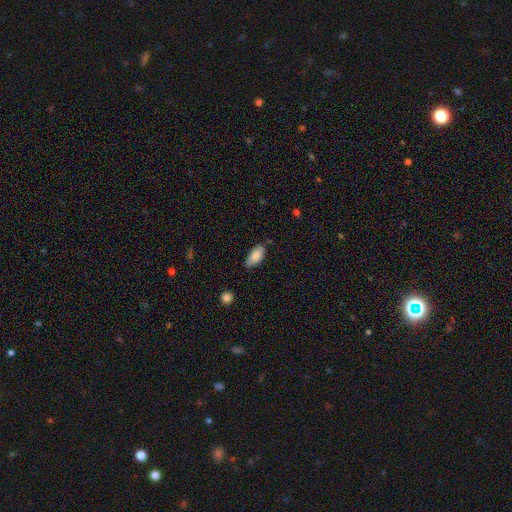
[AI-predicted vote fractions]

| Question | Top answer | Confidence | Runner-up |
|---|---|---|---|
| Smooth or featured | smooth | 85% | featured or disk (8%) |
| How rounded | in between | 92% | cigar-shaped (6%) |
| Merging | none | 74% | minor disturbance (21%) |